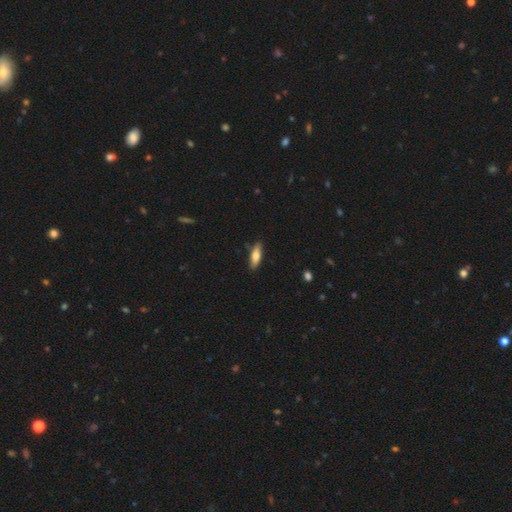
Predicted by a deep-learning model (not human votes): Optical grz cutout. It shows a smooth galaxy with no disk features (70%) that is in between round and cigar-shaped (50%). Merging: none (85%).